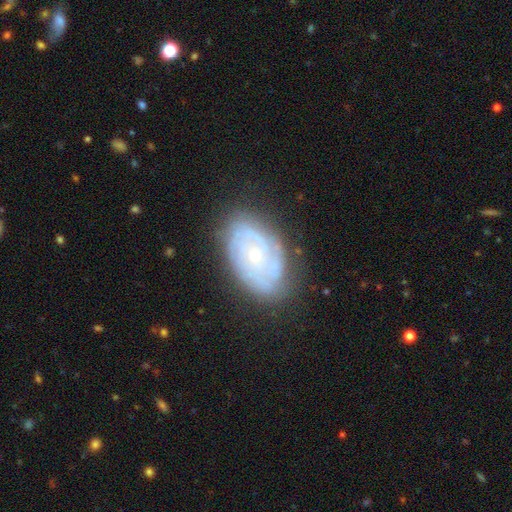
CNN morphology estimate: Smooth or featured? featured or disk (75%)
Edge-on disk? no (95%)
Bar? no (81%)
Spiral arms? yes (84%)
Spiral winding? tight (71%)
Spiral arm count? can't tell (46%)
Bulge size? small (71%)
Merging? none (75%)